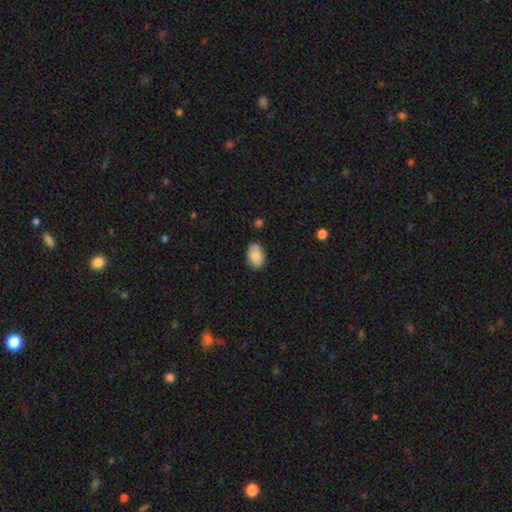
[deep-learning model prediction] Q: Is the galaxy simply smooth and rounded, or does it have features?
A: smooth — 86%.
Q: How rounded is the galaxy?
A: in between — 88%.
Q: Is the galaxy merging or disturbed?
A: none — 83%.